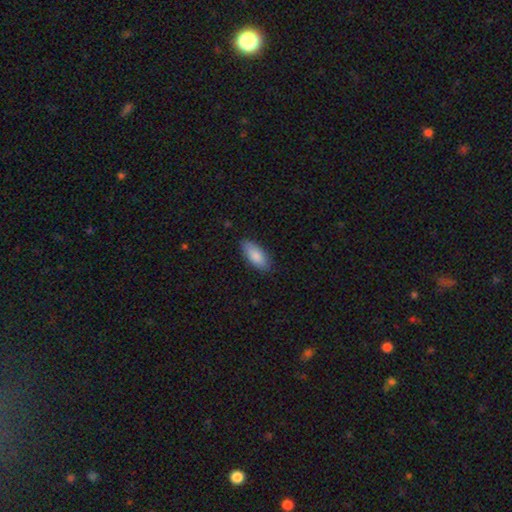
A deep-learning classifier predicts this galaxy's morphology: type=smooth (85%); roundness=in between (88%); merging=none (85%).